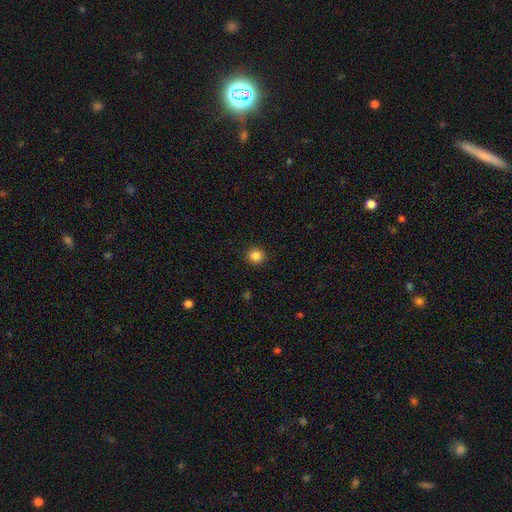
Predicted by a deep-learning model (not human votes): Smooth or featured?
  - smooth: 86% *
  - star or artifact: 11%
  - featured or disk: 4%
How rounded?
  - round: 91% *
  - in between: 8%
  - cigar-shaped: 1%
Merging?
  - none: 92% *
  - minor disturbance: 5%
  - major disturbance: 2%
  - merger: 1%